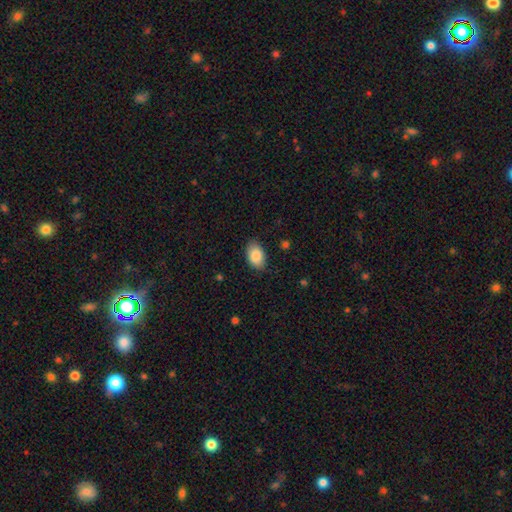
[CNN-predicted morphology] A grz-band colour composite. It shows a smooth galaxy with no disk features (87%) that is in between round and cigar-shaped (91%). Merging: none (83%).